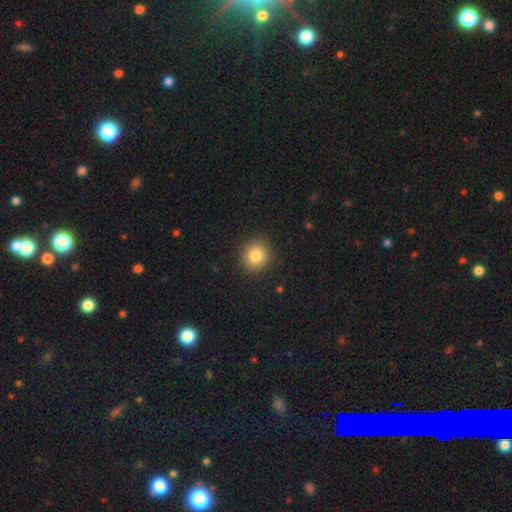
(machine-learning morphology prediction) Overall: smooth (82%). How rounded: round (88%). Merging: none (91%).